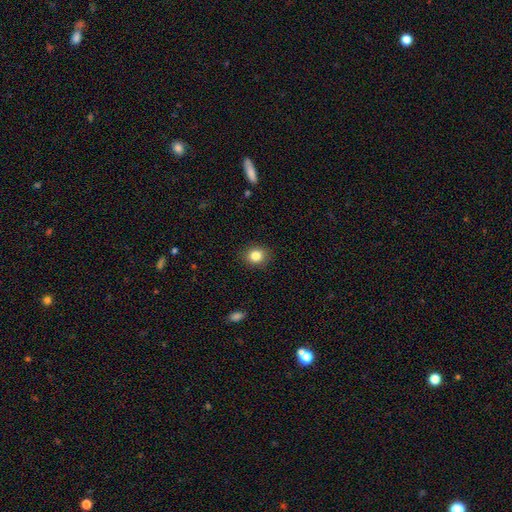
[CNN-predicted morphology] This appears to be a smooth galaxy with no disk features (84%) that is round (70%). Merging: none (89%).